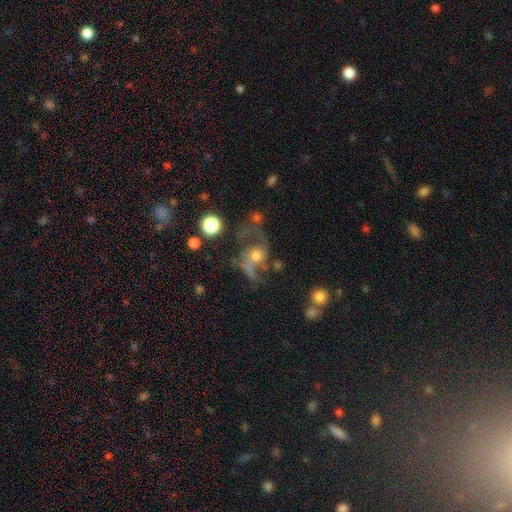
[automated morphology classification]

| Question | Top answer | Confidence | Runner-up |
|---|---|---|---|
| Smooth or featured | featured or disk | 66% | smooth (22%) |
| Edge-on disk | no | 97% | yes (3%) |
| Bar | no | 73% | weak (22%) |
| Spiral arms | yes | 79% | no (21%) |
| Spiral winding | loose | 61% | medium (32%) |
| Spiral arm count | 2 | 71% | 1 (12%) |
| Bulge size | moderate | 53% | small (26%) |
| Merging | major disturbance | 36% | none (34%) |